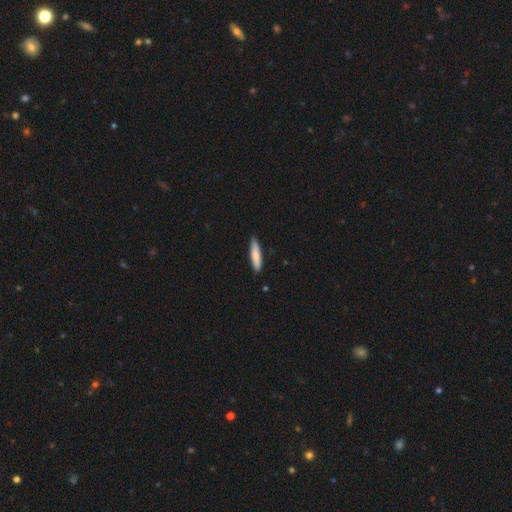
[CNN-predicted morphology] Q: Smooth or featured?
A: smooth (79%); runner-up: featured or disk (16%)
Q: How rounded?
A: cigar-shaped (79%); runner-up: in between (20%)
Q: Merging?
A: none (87%); runner-up: minor disturbance (11%)